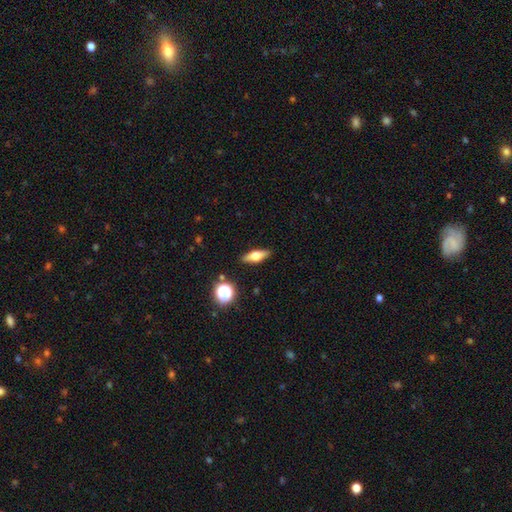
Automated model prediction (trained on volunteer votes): Morphology: type=smooth (48%); merging=none (88%).